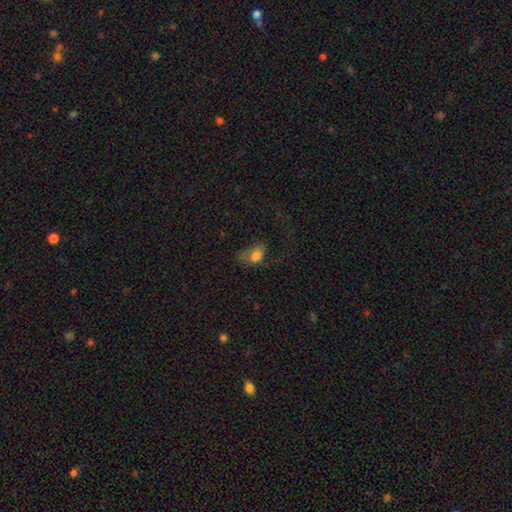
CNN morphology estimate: smooth-or-featured: smooth: 76% | featured or disk: 13% | star or artifact: 12%
  how-rounded: in between: 82% | round: 15% | cigar-shaped: 2%
  merging: major disturbance: 35% | none: 33% | minor disturbance: 29% | merger: 3%